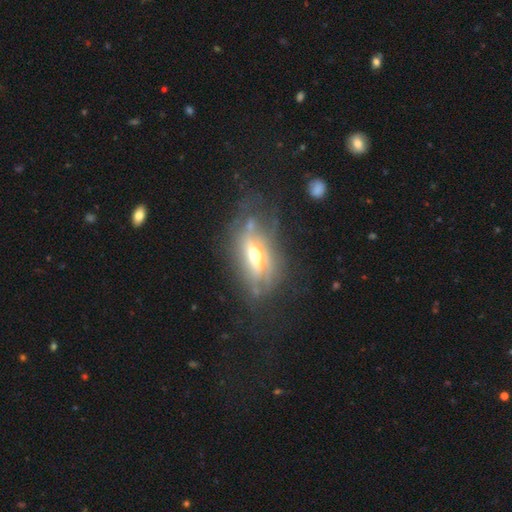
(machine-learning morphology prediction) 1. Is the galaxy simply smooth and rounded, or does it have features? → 70% featured or disk, 22% smooth, 8% star or artifact.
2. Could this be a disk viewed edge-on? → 69% no, 31% yes.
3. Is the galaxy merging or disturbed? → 48% none, 25% minor disturbance, 24% major disturbance, 4% merger.